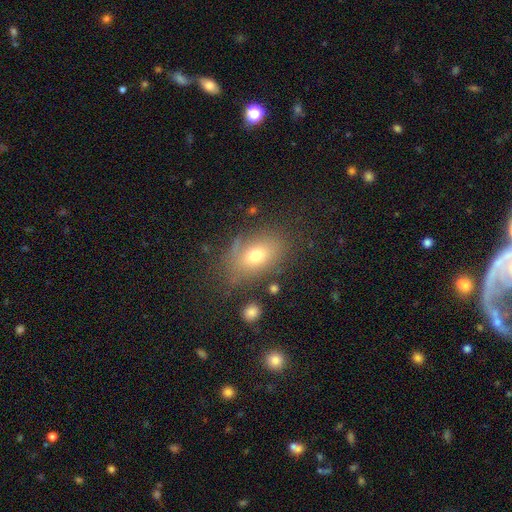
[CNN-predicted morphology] Smooth or featured?
  - smooth: 68% *
  - featured or disk: 20%
  - star or artifact: 12%
How rounded?
  - in between: 83% *
  - round: 15%
  - cigar-shaped: 2%
Merging?
  - none: 67% *
  - minor disturbance: 20%
  - major disturbance: 9%
  - merger: 4%